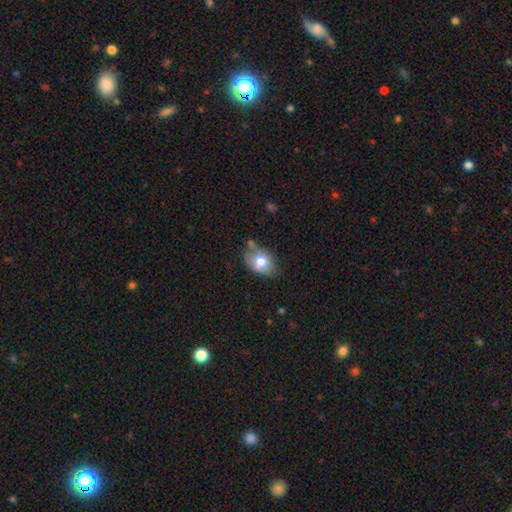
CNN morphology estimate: Overall: smooth (70%). How rounded: in between (71%). Merging: none (56%; minor disturbance 29%).